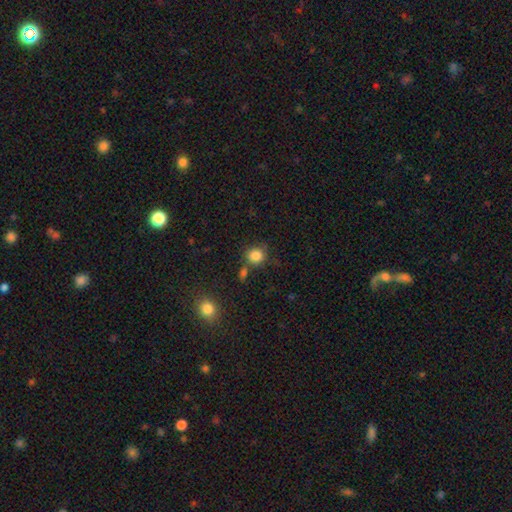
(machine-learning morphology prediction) This appears to be a smooth galaxy with no disk features (84%) that is round (87%). Merging: none (69%).